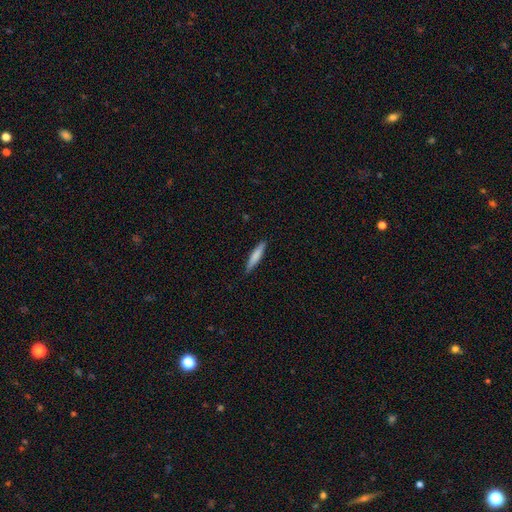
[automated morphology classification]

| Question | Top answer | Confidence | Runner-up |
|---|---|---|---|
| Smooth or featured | smooth | 75% | featured or disk (20%) |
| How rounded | cigar-shaped | 90% | in between (9%) |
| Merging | none | 89% | minor disturbance (9%) |